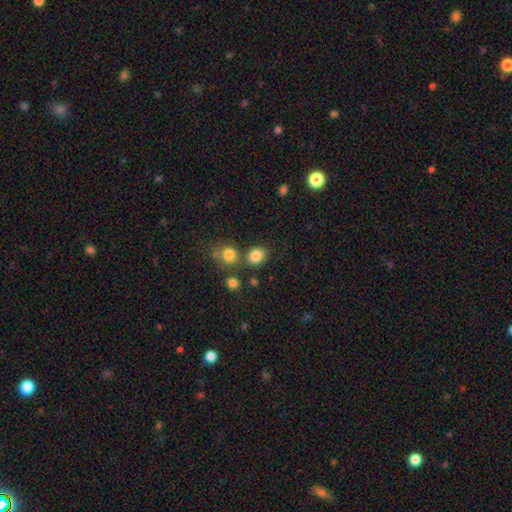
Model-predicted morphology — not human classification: A smooth galaxy with no disk features (83%) that is round (58%).

Vote fractions:
- Smooth or featured? smooth: 83% / star or artifact: 12% / featured or disk: 5%
- How rounded? round: 58% / in between: 41% / cigar-shaped: 1%
- Merging? none: 70% / merger: 15% / minor disturbance: 11% / major disturbance: 4%